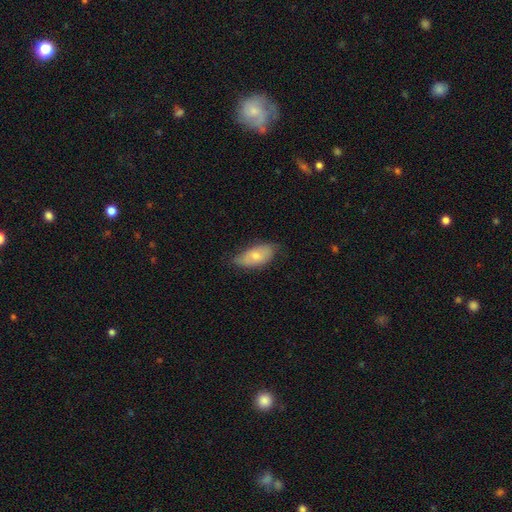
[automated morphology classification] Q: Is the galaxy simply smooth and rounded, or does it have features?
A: smooth — 65%.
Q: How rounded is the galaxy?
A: in between — 92%.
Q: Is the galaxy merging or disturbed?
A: none — 62%.